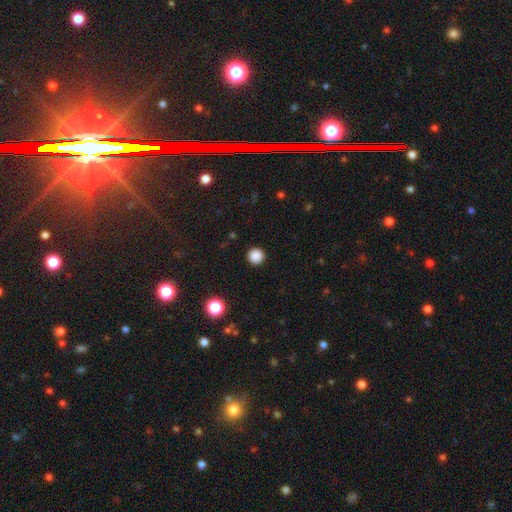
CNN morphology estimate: The model was most divided on "smooth or featured": smooth: 87%, star or artifact: 11%, featured or disk: 3%. More confident: how rounded — round (96%); merging — none (93%).